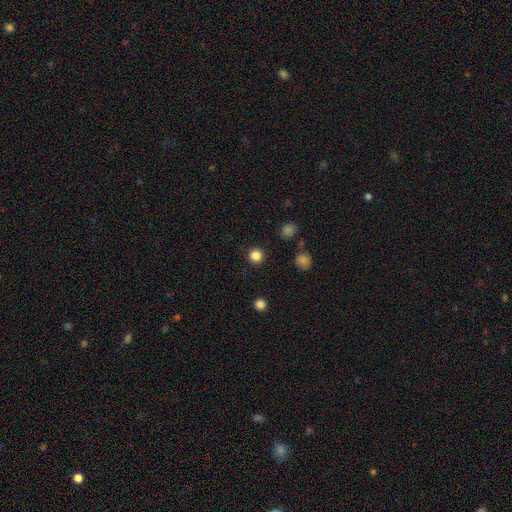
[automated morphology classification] Smooth or featured? smooth (84%)
How rounded? round (95%)
Merging? none (92%)